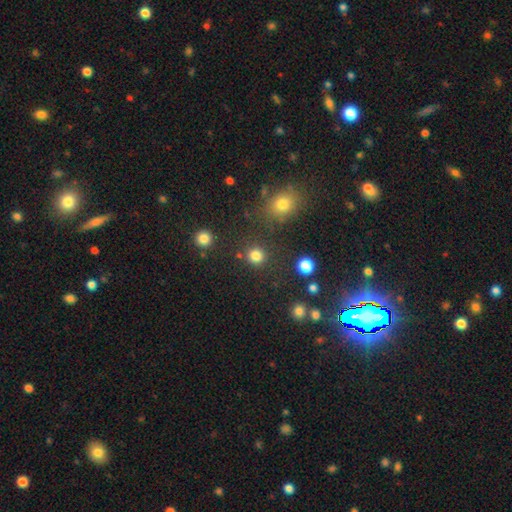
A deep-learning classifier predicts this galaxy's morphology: This appears to be a smooth galaxy with no disk features (83%) that is round (91%). Merging: none (86%).